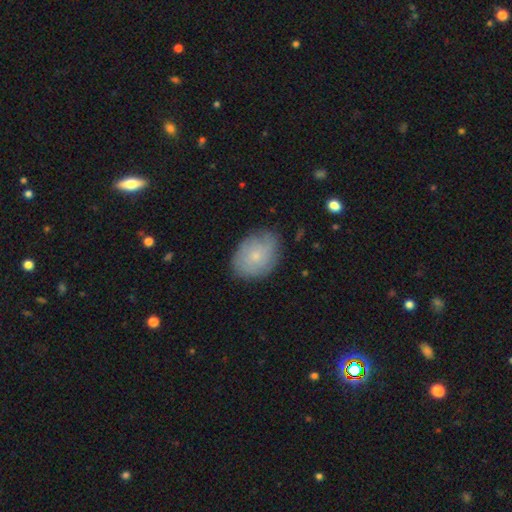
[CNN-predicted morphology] A smooth galaxy with no disk features (61%) that is in between round and cigar-shaped (73%). Merging: none (75%).